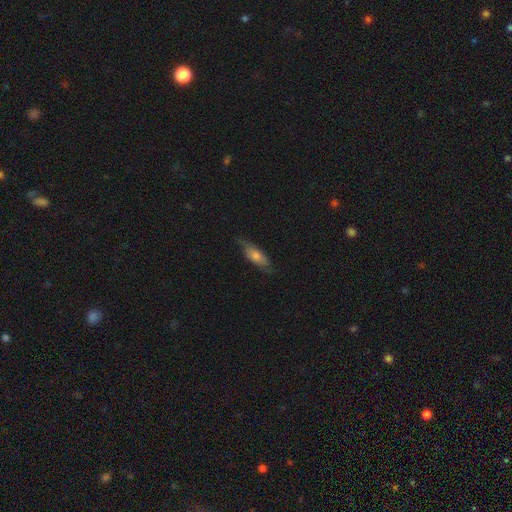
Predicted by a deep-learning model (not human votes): A smooth galaxy with no disk features (60%) that is in between round and cigar-shaped (55%).

Vote fractions:
- Smooth or featured? smooth: 60% / featured or disk: 34% / star or artifact: 6%
- How rounded? in between: 55% / cigar-shaped: 42% / round: 3%
- Merging? none: 69% / minor disturbance: 24% / major disturbance: 5% / merger: 1%